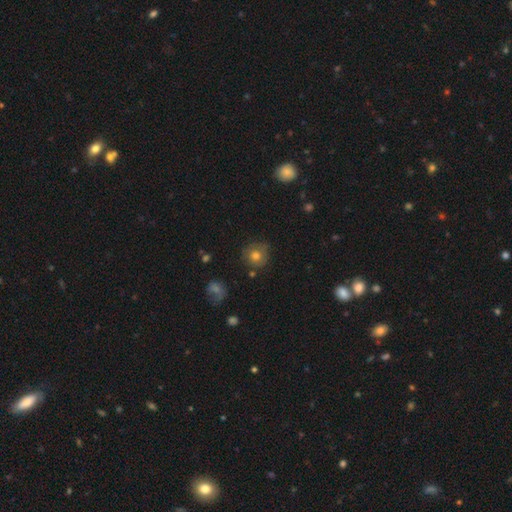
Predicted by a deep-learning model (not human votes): Smooth or featured?
  - smooth: 73% *
  - featured or disk: 16%
  - star or artifact: 11%
How rounded?
  - round: 90% *
  - in between: 9%
  - cigar-shaped: 1%
Merging?
  - none: 72% *
  - minor disturbance: 19%
  - major disturbance: 6%
  - merger: 3%